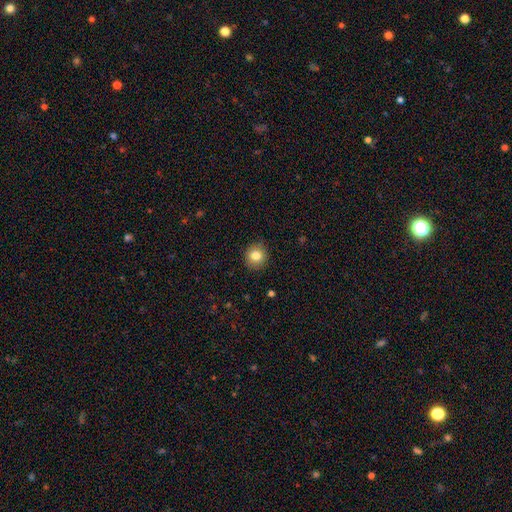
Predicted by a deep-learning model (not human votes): Smooth or featured? smooth (82%)
How rounded? round (84%)
Merging? none (90%)